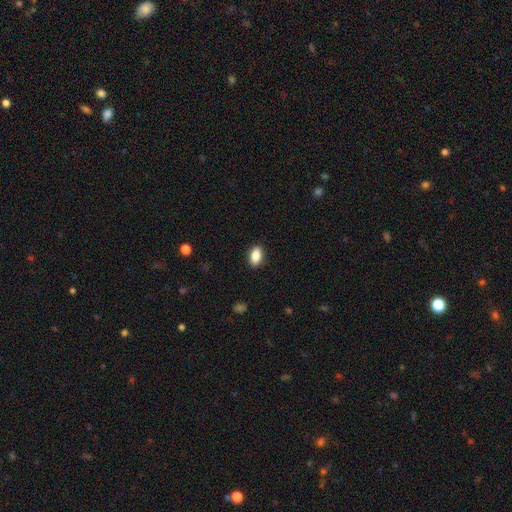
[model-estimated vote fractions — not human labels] Smooth or featured?
  - smooth: 87% *
  - star or artifact: 7%
  - featured or disk: 5%
How rounded?
  - in between: 90% *
  - round: 6%
  - cigar-shaped: 4%
Merging?
  - none: 89% *
  - minor disturbance: 8%
  - major disturbance: 2%
  - merger: 1%